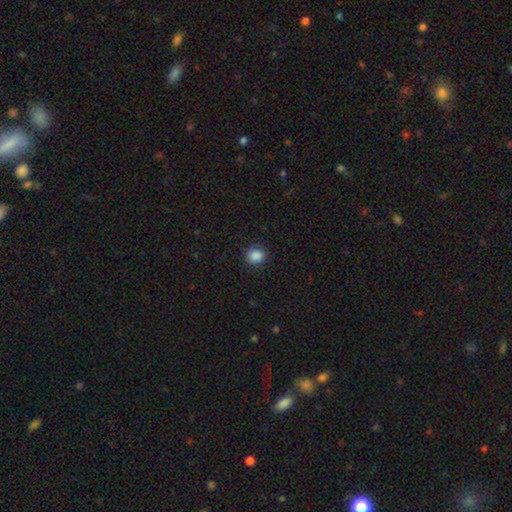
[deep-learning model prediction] Q: Smooth or featured?
A: smooth (88%); runner-up: star or artifact (10%)
Q: How rounded?
A: round (76%); runner-up: in between (23%)
Q: Merging?
A: none (90%); runner-up: minor disturbance (7%)